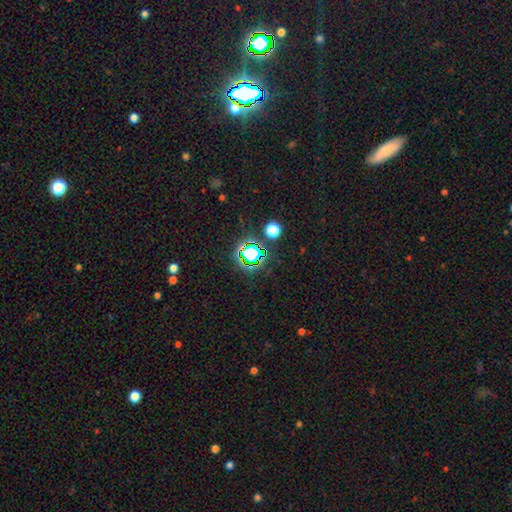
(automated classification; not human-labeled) Q: Smooth or featured?
A: star or artifact (78%); runner-up: smooth (14%)